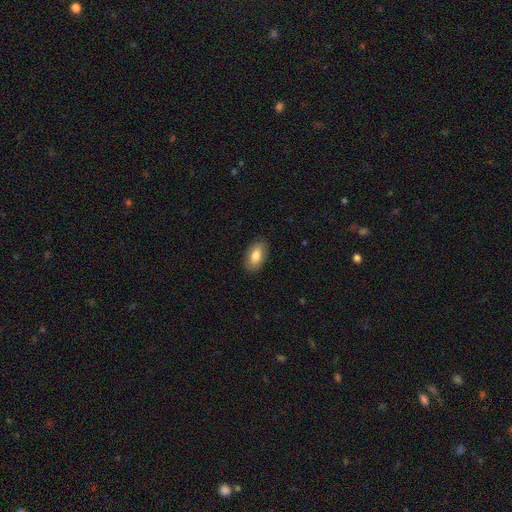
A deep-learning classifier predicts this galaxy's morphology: Smooth or featured?
  - smooth: 81% *
  - featured or disk: 13%
  - star or artifact: 6%
How rounded?
  - in between: 93% *
  - round: 5%
  - cigar-shaped: 2%
Merging?
  - none: 86% *
  - minor disturbance: 11%
  - major disturbance: 3%
  - merger: 1%